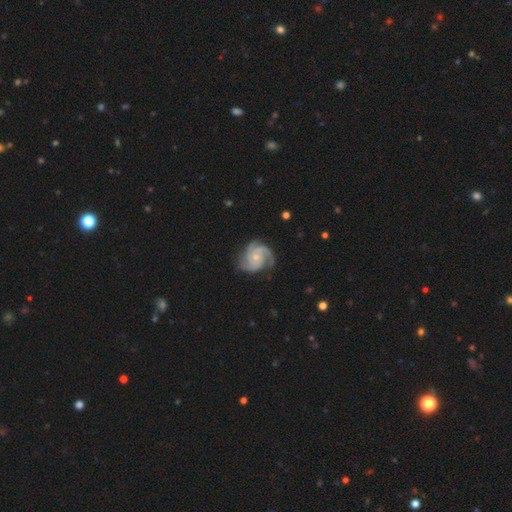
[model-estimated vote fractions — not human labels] featured or disk 91%, smooth 5%, star or artifact 4%. Down the decision tree: edge-on disk — no (98%); bar — no (76%); spiral arms — yes (98%); spiral arm count — 3 (64%); spiral winding — tight (54%); bulge size — small (69%); merging — none (74%).